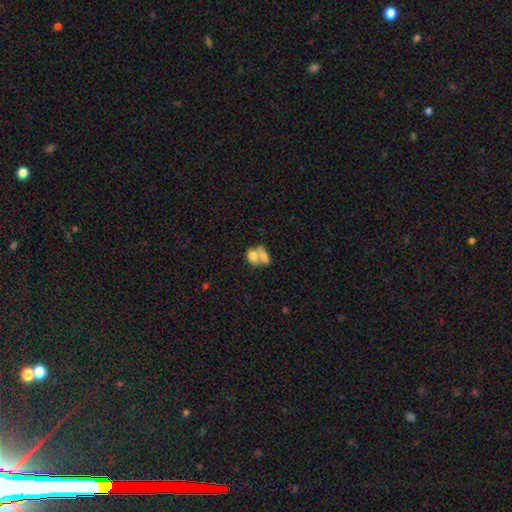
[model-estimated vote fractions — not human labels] Smooth or featured? smooth (68%)
How rounded? in between (70%)
Merging? merger (67%)